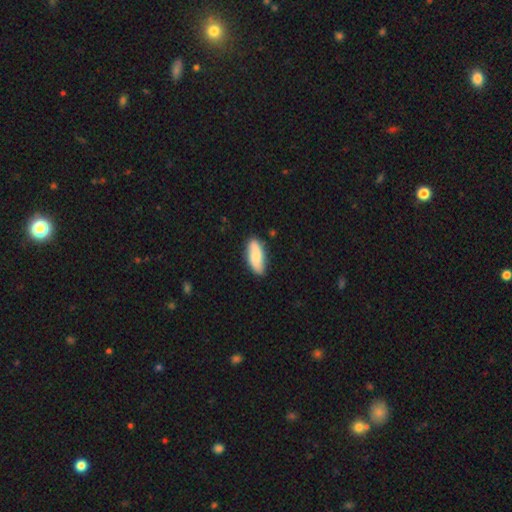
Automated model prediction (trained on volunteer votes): This is likely a smooth galaxy (62%). How rounded: likely in between (76%). Merging: clearly none (82%).